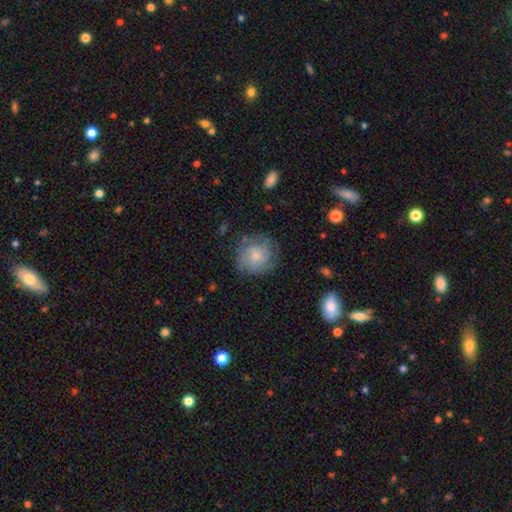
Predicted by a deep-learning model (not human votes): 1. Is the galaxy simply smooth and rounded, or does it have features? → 47% smooth, 45% featured or disk, 8% star or artifact.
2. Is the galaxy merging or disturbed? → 72% none, 18% minor disturbance, 8% major disturbance, 1% merger.